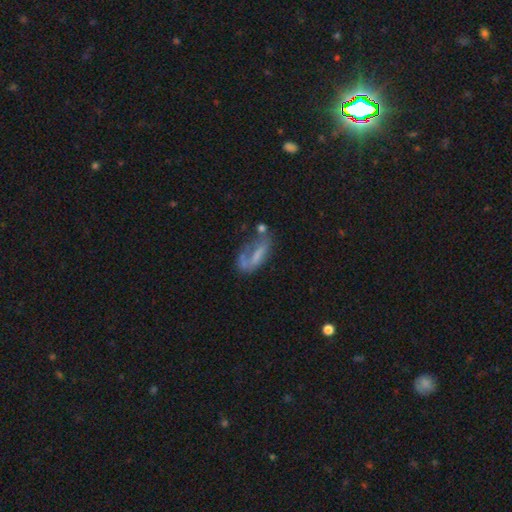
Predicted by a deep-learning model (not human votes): Smooth or featured?
  - featured or disk: 45% *
  - smooth: 43%
  - star or artifact: 12%
Merging?
  - major disturbance: 32% *
  - none: 31%
  - minor disturbance: 22%
  - merger: 16%